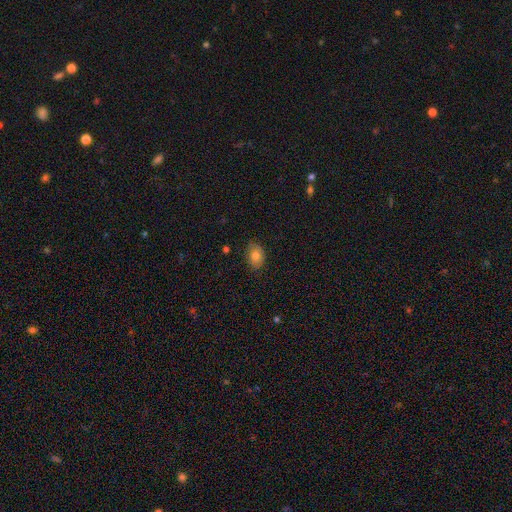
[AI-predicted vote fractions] smooth_or_featured: smooth (p=0.81) [alt: featured or disk p=0.10]
how_rounded: in between (p=0.80) [alt: round p=0.19]
merging: none (p=0.84) [alt: minor disturbance p=0.13]